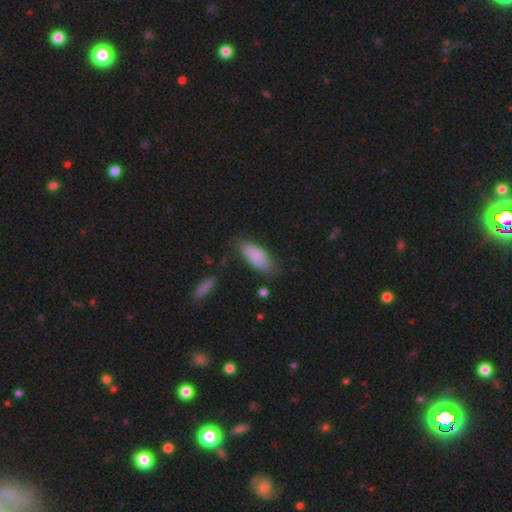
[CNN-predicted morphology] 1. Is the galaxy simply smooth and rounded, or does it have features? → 84% smooth, 9% featured or disk, 7% star or artifact.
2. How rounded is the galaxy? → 84% in between, 14% cigar-shaped, 2% round.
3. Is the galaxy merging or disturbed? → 63% none, 25% minor disturbance, 8% major disturbance, 4% merger.